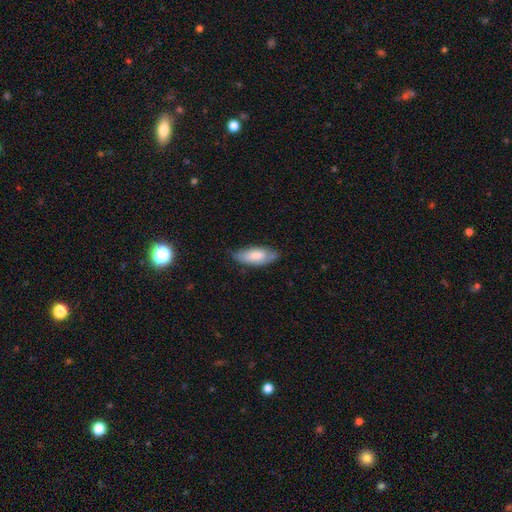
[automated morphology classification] smooth_or_featured: smooth (p=0.77) [alt: featured or disk p=0.18]
how_rounded: in between (p=0.80) [alt: cigar-shaped p=0.18]
merging: none (p=0.66) [alt: minor disturbance p=0.27]